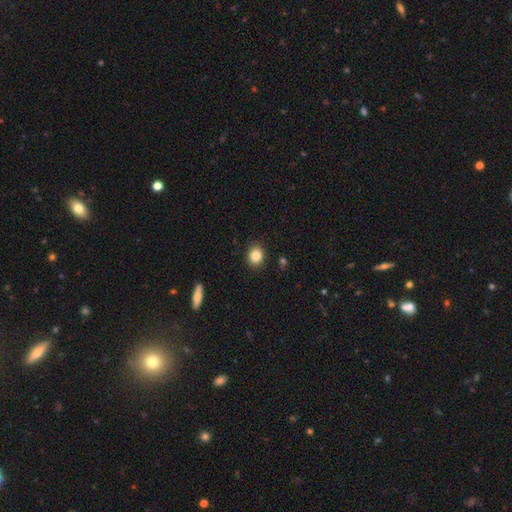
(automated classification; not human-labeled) The model was most divided on "how rounded": round: 67%, in between: 32%, cigar-shaped: 1%. More confident: merging — none (89%); smooth or featured — smooth (84%).